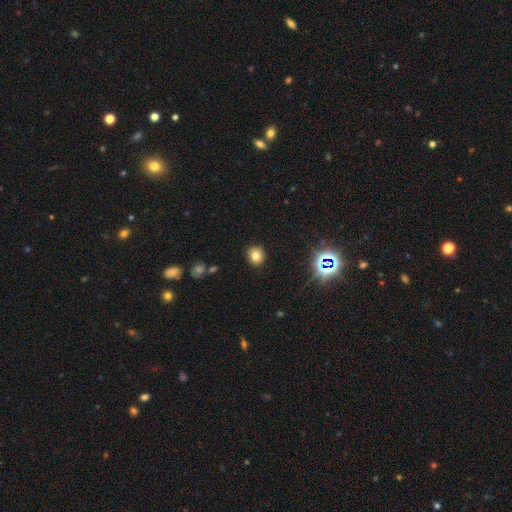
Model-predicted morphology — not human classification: Q: Smooth or featured?
A: smooth (77%); runner-up: star or artifact (16%)
Q: How rounded?
A: round (82%); runner-up: in between (17%)
Q: Merging?
A: none (90%); runner-up: minor disturbance (6%)